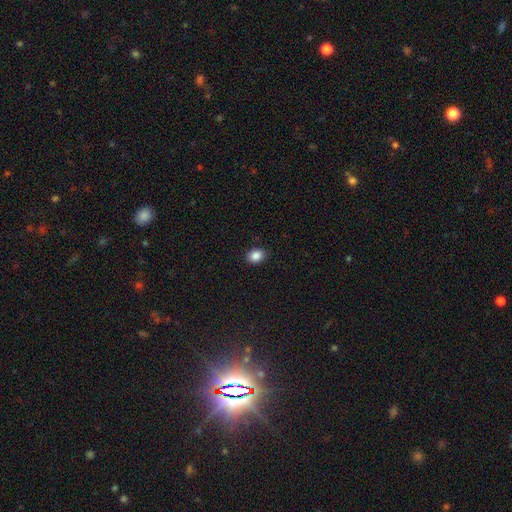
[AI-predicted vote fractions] Morphology: type=smooth (87%); roundness=in between (63%); merging=none (90%).